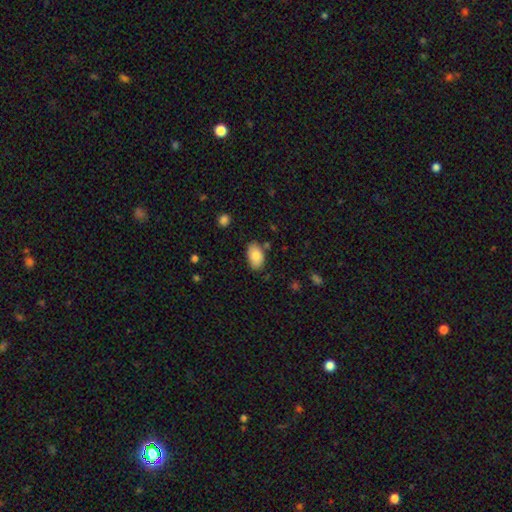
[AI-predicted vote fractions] smooth_or_featured: smooth (p=0.84) [alt: featured or disk p=0.09]
how_rounded: in between (p=0.93) [alt: round p=0.06]
merging: none (p=0.78) [alt: minor disturbance p=0.15]